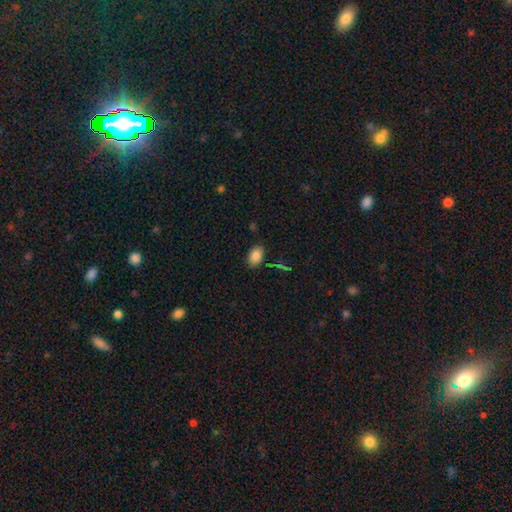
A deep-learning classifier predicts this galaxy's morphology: A smooth galaxy with no disk features (85%) that is in between round and cigar-shaped (86%). Merging: none (81%).